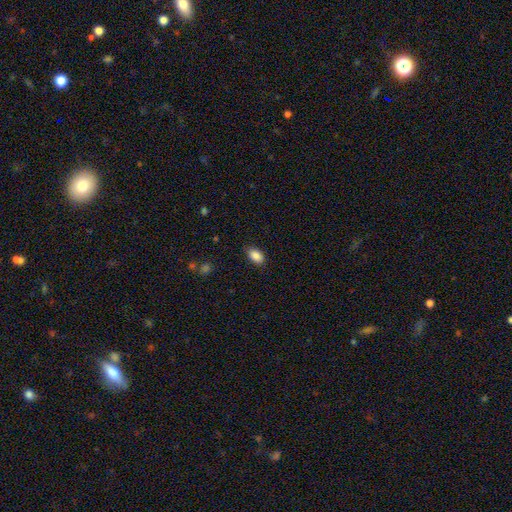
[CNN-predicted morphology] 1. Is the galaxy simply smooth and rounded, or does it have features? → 88% smooth, 8% star or artifact, 4% featured or disk.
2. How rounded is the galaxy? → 90% in between, 8% round, 2% cigar-shaped.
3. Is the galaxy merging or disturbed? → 86% none, 11% minor disturbance, 3% major disturbance, 1% merger.